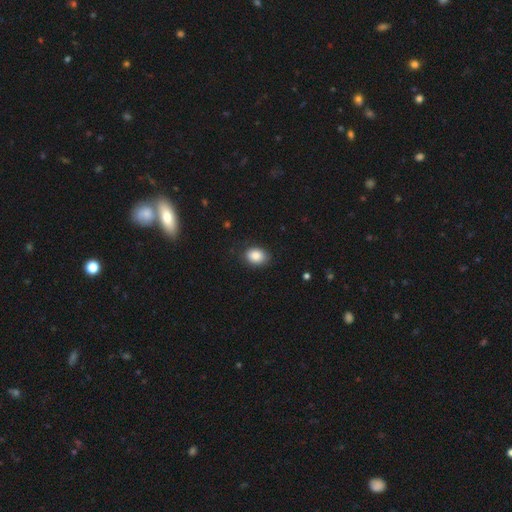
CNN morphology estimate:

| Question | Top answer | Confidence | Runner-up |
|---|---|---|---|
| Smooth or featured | smooth | 86% | star or artifact (8%) |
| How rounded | in between | 66% | round (33%) |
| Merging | none | 84% | minor disturbance (12%) |